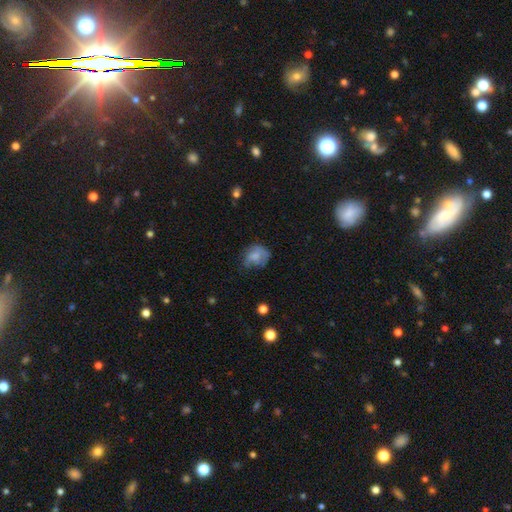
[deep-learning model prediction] The model was most divided on "how rounded": round: 50%, in between: 49%, cigar-shaped: 1%. Remaining: smooth or featured — smooth (65%); merging — none (42%).